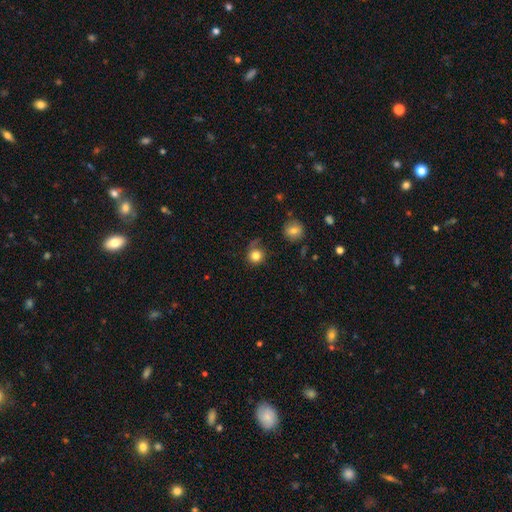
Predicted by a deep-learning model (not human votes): smooth 81%, star or artifact 11%, featured or disk 8%. Down the decision tree: how rounded — round (91%); merging — none (66%).